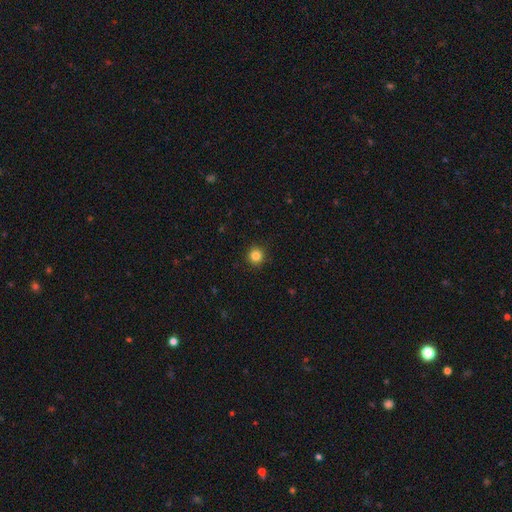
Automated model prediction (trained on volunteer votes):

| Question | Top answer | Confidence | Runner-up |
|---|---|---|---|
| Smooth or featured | smooth | 84% | star or artifact (12%) |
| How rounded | round | 95% | in between (4%) |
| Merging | none | 92% | minor disturbance (5%) |